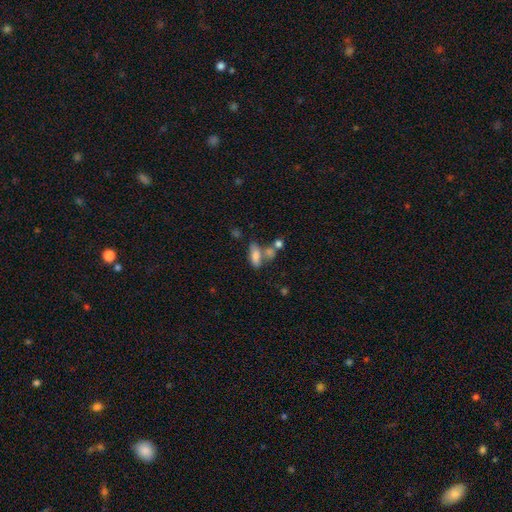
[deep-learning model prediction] A smooth galaxy with no disk features (74%) that is in between round and cigar-shaped (71%).

Vote fractions:
- Smooth or featured? smooth: 74% / featured or disk: 16% / star or artifact: 10%
- How rounded? in between: 71% / cigar-shaped: 24% / round: 5%
- Merging? none: 46% / merger: 30% / minor disturbance: 16% / major disturbance: 8%